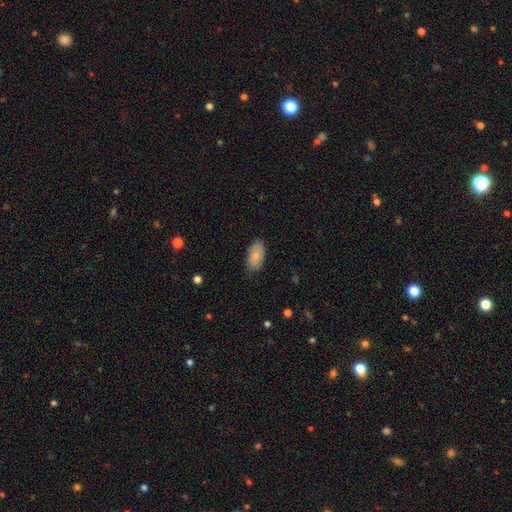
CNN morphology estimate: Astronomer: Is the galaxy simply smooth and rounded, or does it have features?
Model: smooth — 81%.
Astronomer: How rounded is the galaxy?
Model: in between — 94%.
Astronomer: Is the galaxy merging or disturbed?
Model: none — 80%.